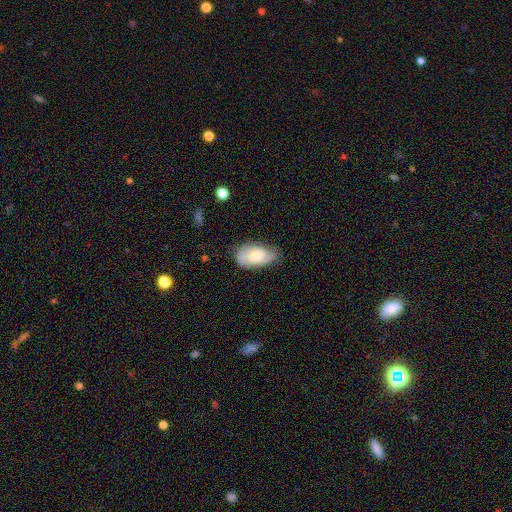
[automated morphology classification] The model was most divided on "smooth or featured": smooth: 58%, featured or disk: 35%, star or artifact: 7%. More confident: how rounded — in between (93%); merging — none (61%).